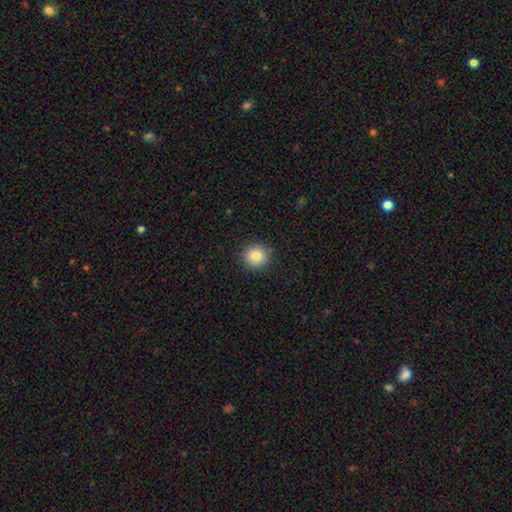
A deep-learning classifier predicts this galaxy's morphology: smooth 85%, star or artifact 10%, featured or disk 5%. Down the decision tree: how rounded — round (89%); merging — none (91%).